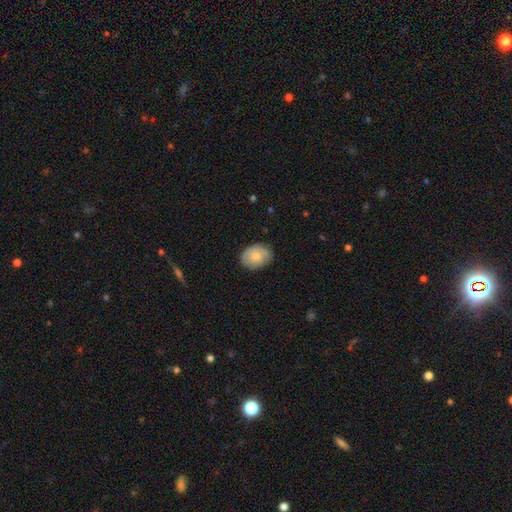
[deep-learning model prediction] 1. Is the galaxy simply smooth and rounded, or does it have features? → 73% smooth, 21% featured or disk, 6% star or artifact.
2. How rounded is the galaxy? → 68% in between, 31% round, 1% cigar-shaped.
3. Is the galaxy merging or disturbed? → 79% none, 16% minor disturbance, 3% major disturbance, 1% merger.